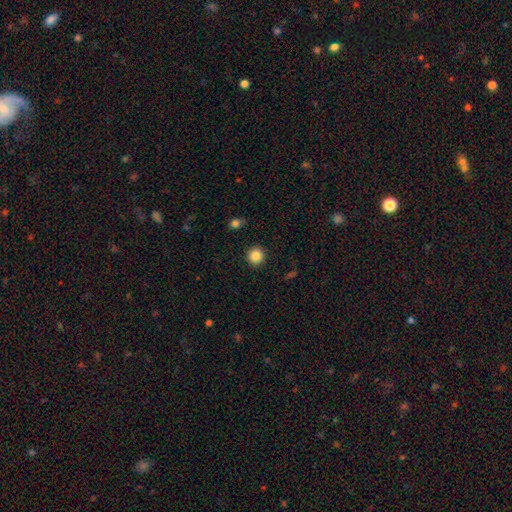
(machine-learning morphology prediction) Smooth or featured: smooth — 85% (star or artifact — 10%)
How rounded: round — 94% (in between — 5%)
Merging: none — 92% (minor disturbance — 5%)